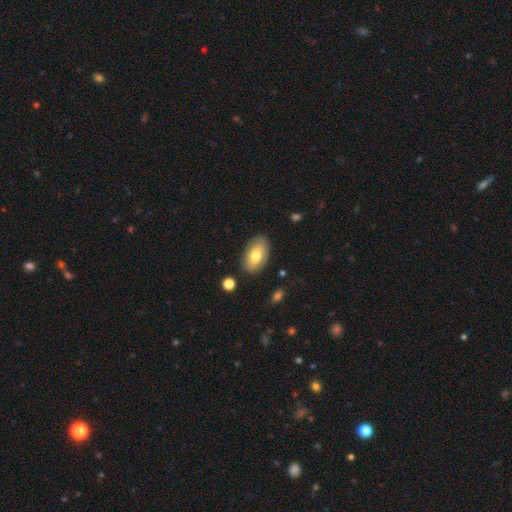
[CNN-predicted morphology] A smooth galaxy with no disk features (74%) that is in between round and cigar-shaped (93%). Merging: none (85%).